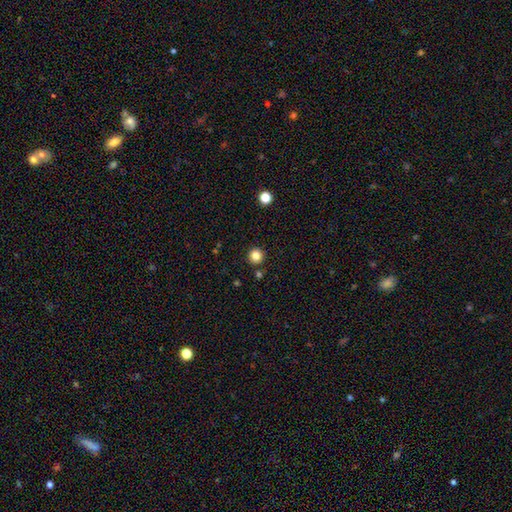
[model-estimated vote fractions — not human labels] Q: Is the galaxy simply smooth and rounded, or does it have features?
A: smooth — 83%.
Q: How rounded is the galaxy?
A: round — 96%.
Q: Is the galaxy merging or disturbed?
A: none — 91%.